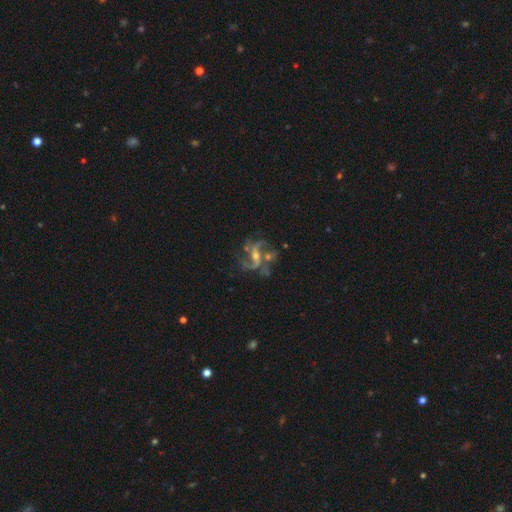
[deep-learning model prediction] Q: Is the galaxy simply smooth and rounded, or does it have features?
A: featured or disk — 83%.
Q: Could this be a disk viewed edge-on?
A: no — 96%.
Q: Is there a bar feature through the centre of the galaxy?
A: weak — 40%.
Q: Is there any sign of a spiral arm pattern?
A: yes — 92%.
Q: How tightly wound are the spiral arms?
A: loose — 59%.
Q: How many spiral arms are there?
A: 2 — 55%.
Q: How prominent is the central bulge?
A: small — 49%.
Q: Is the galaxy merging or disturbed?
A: none — 50%.